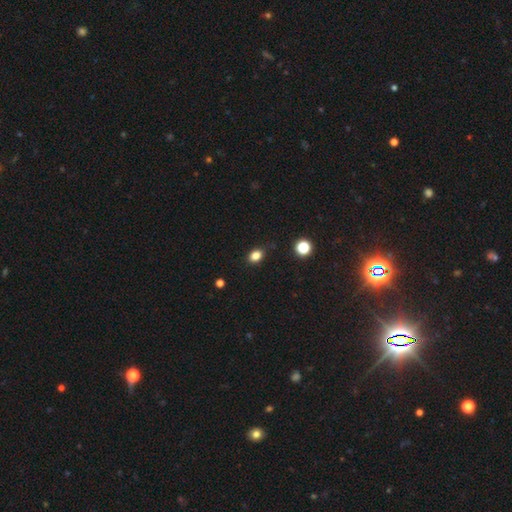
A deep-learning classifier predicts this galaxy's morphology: Smooth or featured: smooth — 83% (star or artifact — 12%)
How rounded: in between — 67% (round — 32%)
Merging: none — 85% (minor disturbance — 11%)